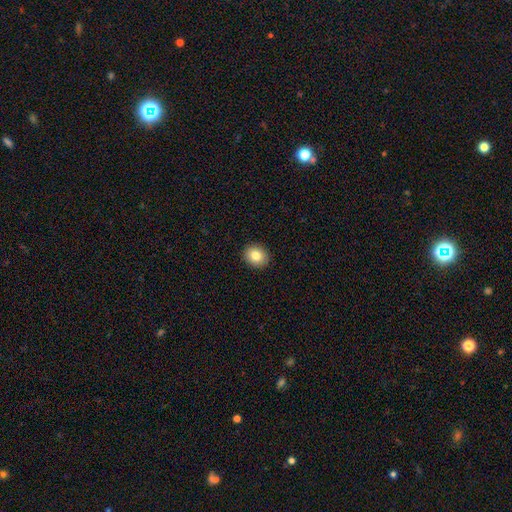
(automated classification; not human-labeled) Smooth or featured: smooth — 82% (featured or disk — 9%)
How rounded: round — 61% (in between — 38%)
Merging: none — 92% (minor disturbance — 6%)